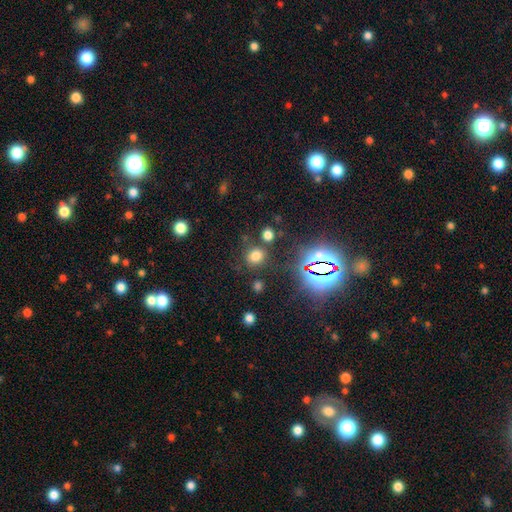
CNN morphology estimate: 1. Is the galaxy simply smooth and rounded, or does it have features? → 68% smooth, 26% star or artifact, 7% featured or disk.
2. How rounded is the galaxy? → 72% round, 27% in between, 1% cigar-shaped.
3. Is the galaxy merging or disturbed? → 78% none, 10% minor disturbance, 8% merger, 4% major disturbance.